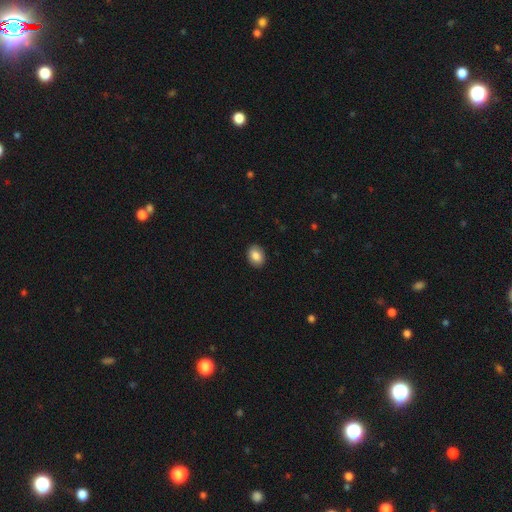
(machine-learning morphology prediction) This appears to be a smooth galaxy with no disk features (86%) that is in between round and cigar-shaped (74%). Merging: none (90%).